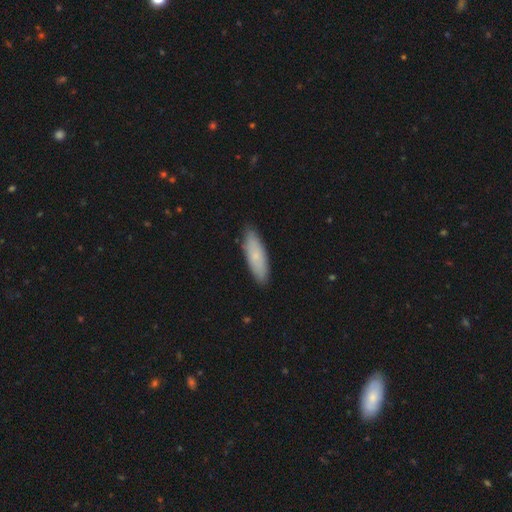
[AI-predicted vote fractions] Smooth or featured? Predicted: smooth (p=0.74). How rounded? Predicted: cigar-shaped (p=0.55). Merging? Predicted: none (p=0.88).